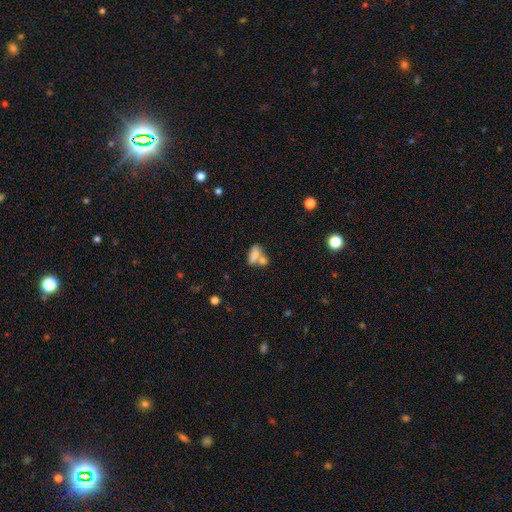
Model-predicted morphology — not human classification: This appears to be a smooth galaxy with no disk features (77%) that is in between round and cigar-shaped (83%). Merging: merger (50%).